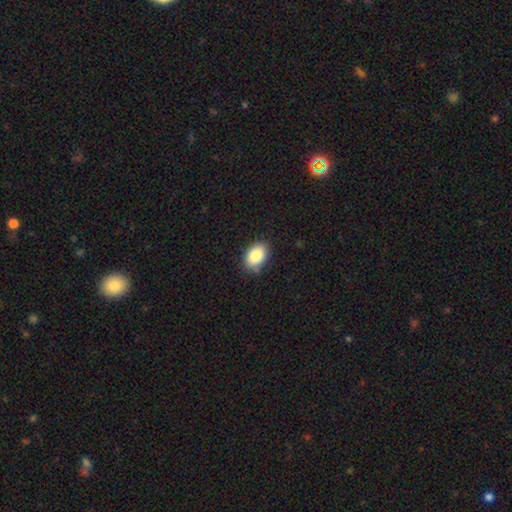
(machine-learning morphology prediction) A smooth galaxy with no disk features (85%) that is in between round and cigar-shaped (84%).

Vote fractions:
- Smooth or featured? smooth: 85% / star or artifact: 8% / featured or disk: 8%
- How rounded? in between: 84% / round: 15% / cigar-shaped: 1%
- Merging? none: 83% / minor disturbance: 13% / major disturbance: 2% / merger: 1%